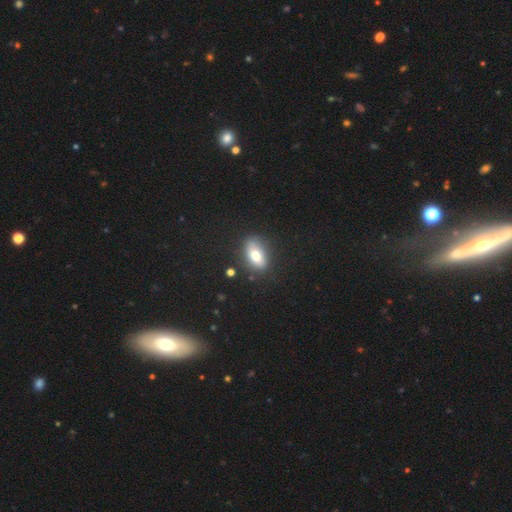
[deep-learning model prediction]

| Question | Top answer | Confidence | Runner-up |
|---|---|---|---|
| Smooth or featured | smooth | 77% | featured or disk (14%) |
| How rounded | in between | 88% | round (7%) |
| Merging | none | 76% | minor disturbance (17%) |